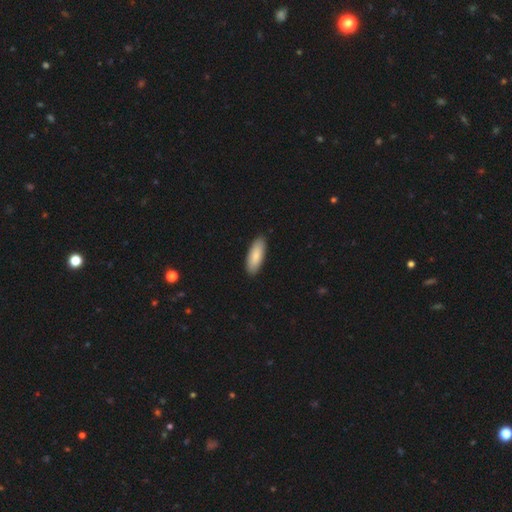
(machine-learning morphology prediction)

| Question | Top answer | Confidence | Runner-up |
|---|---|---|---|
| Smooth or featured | smooth | 84% | featured or disk (10%) |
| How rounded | in between | 75% | cigar-shaped (24%) |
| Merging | none | 89% | minor disturbance (8%) |